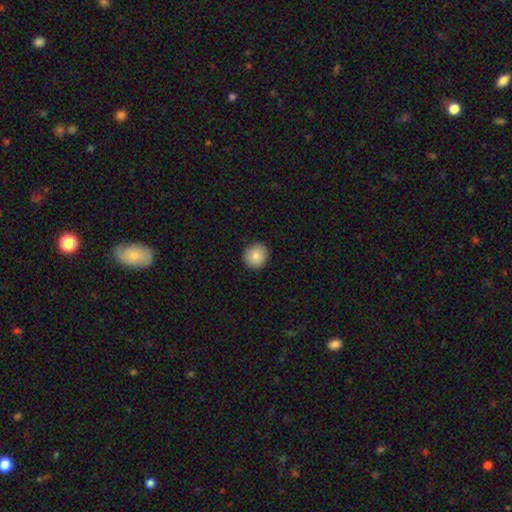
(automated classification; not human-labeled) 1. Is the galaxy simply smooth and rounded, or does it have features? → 84% smooth, 8% star or artifact, 8% featured or disk.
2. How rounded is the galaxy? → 92% round, 7% in between, 1% cigar-shaped.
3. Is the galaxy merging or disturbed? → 91% none, 6% minor disturbance, 2% major disturbance, 1% merger.